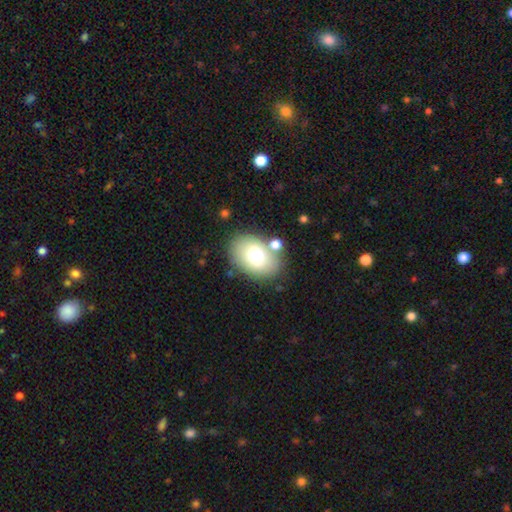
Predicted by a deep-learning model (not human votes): Smooth or featured: smooth — 70% (featured or disk — 21%)
How rounded: in between — 79% (round — 20%)
Merging: none — 74% (minor disturbance — 13%)